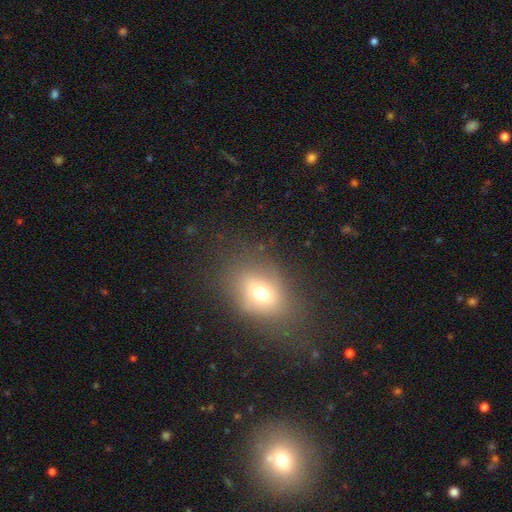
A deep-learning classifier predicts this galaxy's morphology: This appears to be a smooth galaxy with no disk features (60%) that is in between round and cigar-shaped (66%). Merging: none (75%).